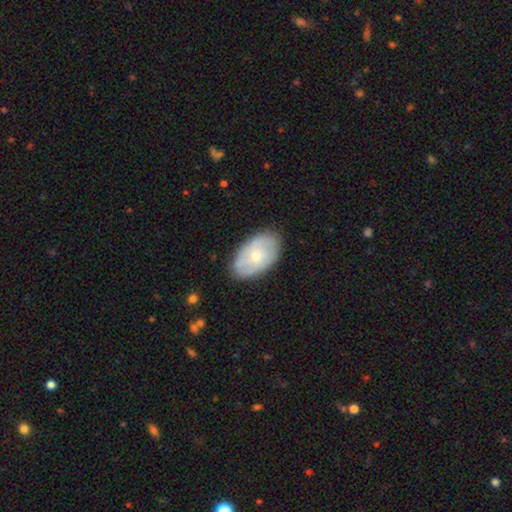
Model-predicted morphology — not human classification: A featured or disk galaxy (50%).

Vote fractions:
- Smooth or featured? featured or disk: 50% / smooth: 44% / star or artifact: 6%
- Merging? none: 80% / minor disturbance: 15% / major disturbance: 3% / merger: 1%